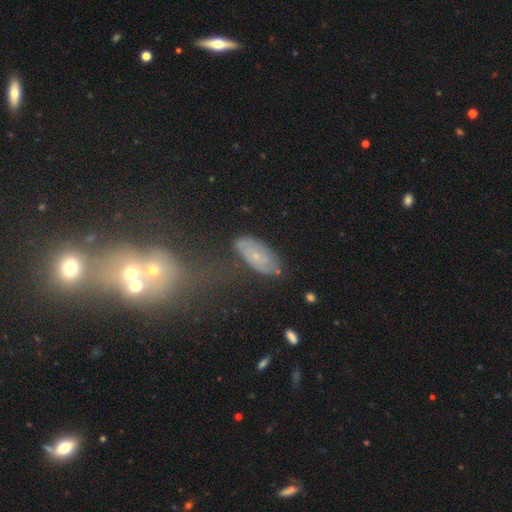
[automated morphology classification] A featured or disk galaxy (48%). Merging: none (68%).